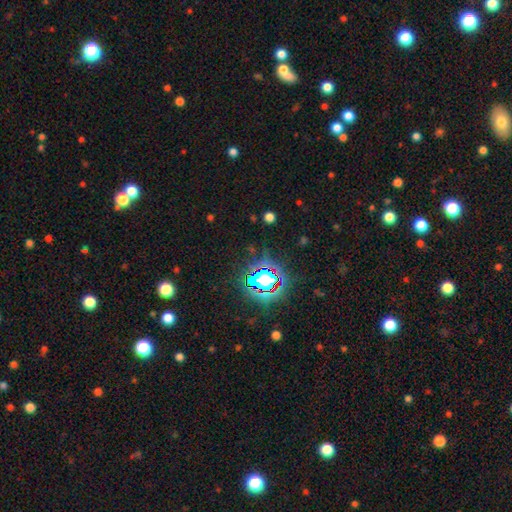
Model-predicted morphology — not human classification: Q: Smooth or featured?
A: star or artifact (82%); runner-up: smooth (11%)